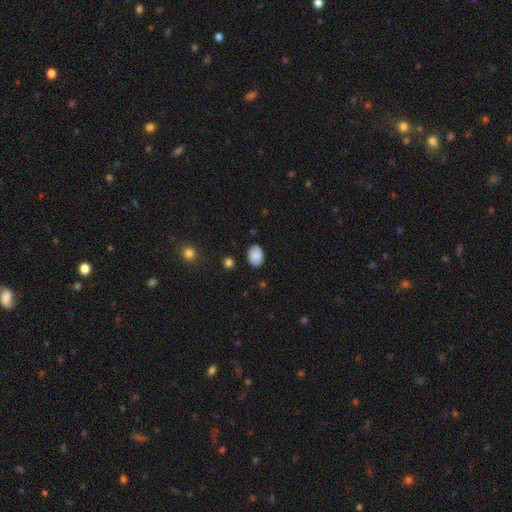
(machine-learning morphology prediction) A smooth galaxy with no disk features (83%) that is in between round and cigar-shaped (78%). Merging: none (79%).